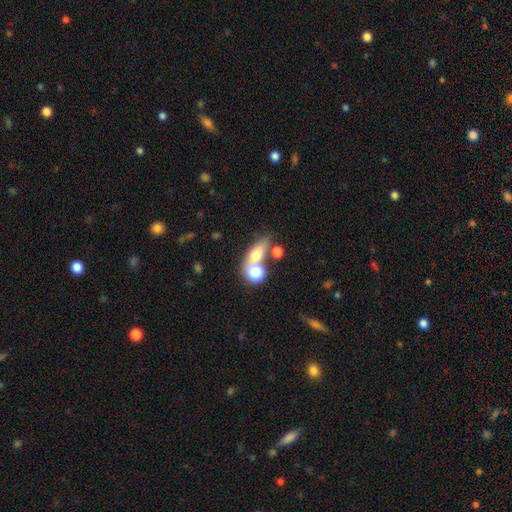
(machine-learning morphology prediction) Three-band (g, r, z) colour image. It shows a smooth galaxy with no disk features (62%) that is in between round and cigar-shaped (48%). Merging: none (49%).